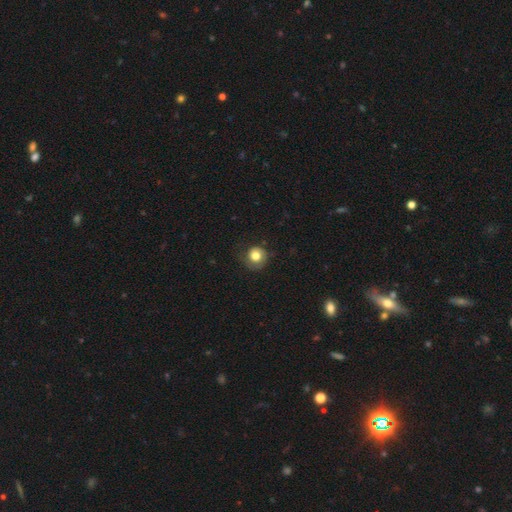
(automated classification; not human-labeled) Smooth or featured: smooth — 77% (featured or disk — 13%)
How rounded: round — 87% (in between — 12%)
Merging: none — 70% (minor disturbance — 20%)